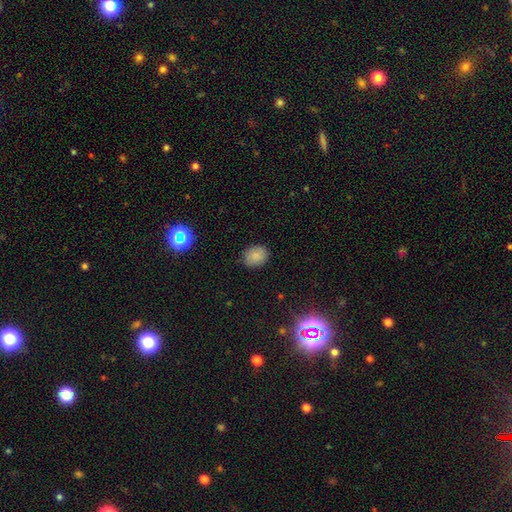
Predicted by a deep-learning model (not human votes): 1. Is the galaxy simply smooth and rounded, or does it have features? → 83% smooth, 12% star or artifact, 5% featured or disk.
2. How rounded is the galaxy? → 51% round, 48% in between, 1% cigar-shaped.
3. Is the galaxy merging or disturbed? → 84% none, 12% minor disturbance, 3% major disturbance, 1% merger.